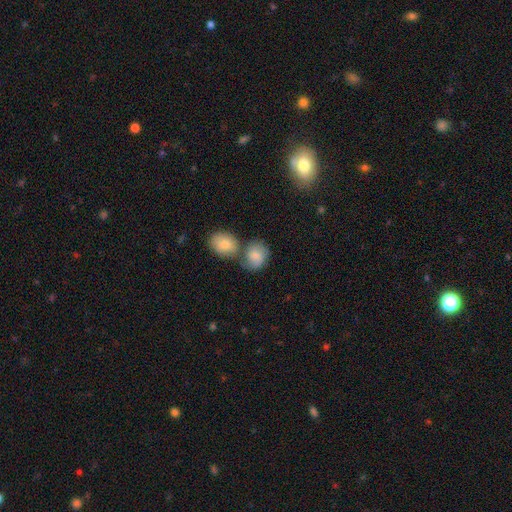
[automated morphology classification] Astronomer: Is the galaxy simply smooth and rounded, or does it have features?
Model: smooth — 79%.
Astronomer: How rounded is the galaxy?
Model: round — 54% (runner-up: in between, 44%).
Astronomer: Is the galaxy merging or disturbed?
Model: merger — 47% (runner-up: none, 35%).